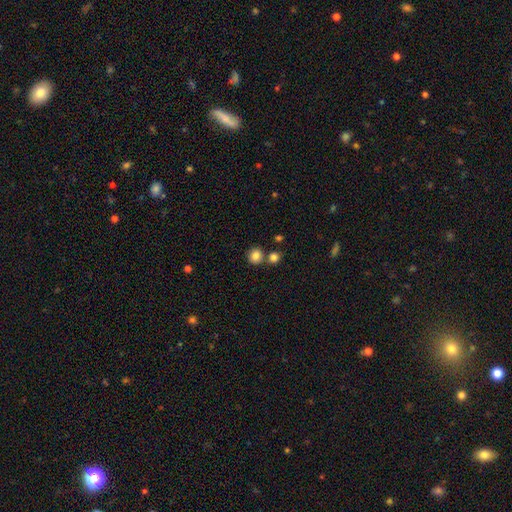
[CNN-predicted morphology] Smooth or featured? smooth (84%)
How rounded? round (87%)
Merging? none (68%)